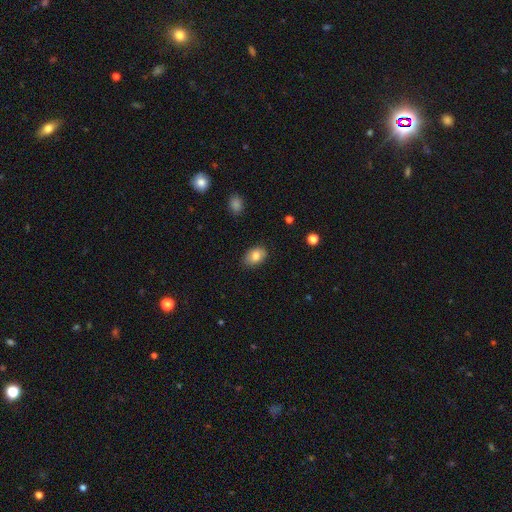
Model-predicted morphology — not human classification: Q: Smooth or featured?
A: smooth (81%); runner-up: featured or disk (11%)
Q: How rounded?
A: in between (84%); runner-up: round (15%)
Q: Merging?
A: none (82%); runner-up: minor disturbance (14%)